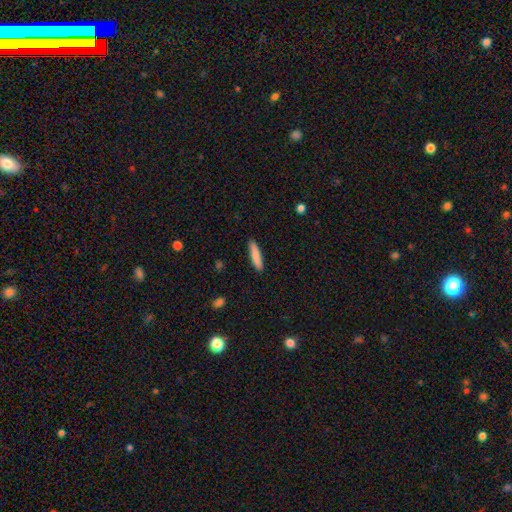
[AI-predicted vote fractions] Smooth or featured?
  - smooth: 84% *
  - featured or disk: 10%
  - star or artifact: 6%
How rounded?
  - cigar-shaped: 86% *
  - in between: 13%
  - round: 1%
Merging?
  - none: 89% *
  - minor disturbance: 8%
  - major disturbance: 2%
  - merger: 1%